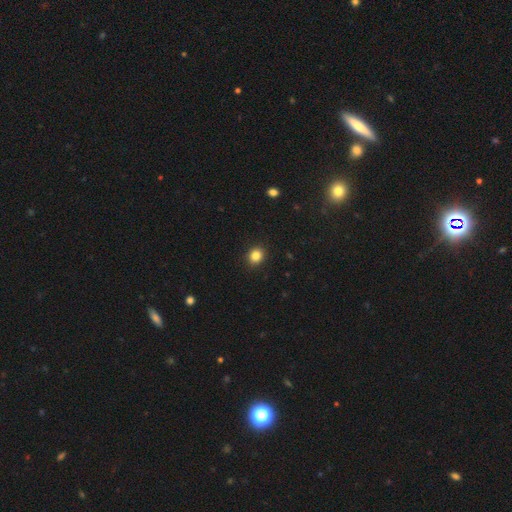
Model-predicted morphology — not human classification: A smooth galaxy with no disk features (85%) that is round (71%).

Vote fractions:
- Smooth or featured? smooth: 85% / star or artifact: 11% / featured or disk: 4%
- How rounded? round: 71% / in between: 28% / cigar-shaped: 1%
- Merging? none: 91% / minor disturbance: 6% / major disturbance: 2% / merger: 1%